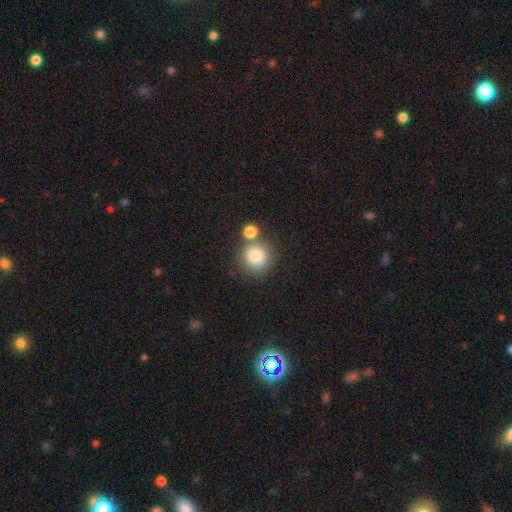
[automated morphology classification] Smooth or featured?
  - smooth: 82% *
  - star or artifact: 10%
  - featured or disk: 8%
How rounded?
  - round: 90% *
  - in between: 9%
  - cigar-shaped: 1%
Merging?
  - none: 62% *
  - merger: 23%
  - minor disturbance: 11%
  - major disturbance: 4%